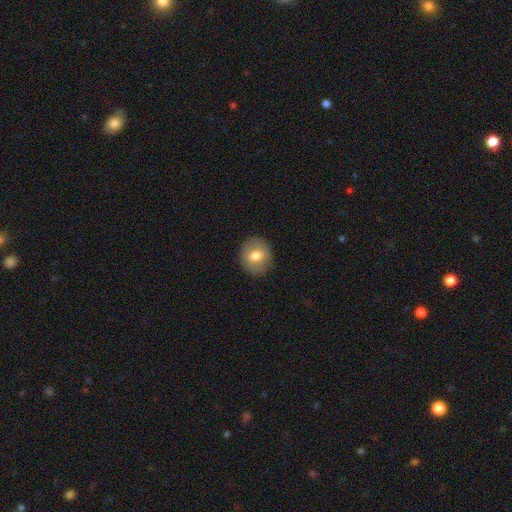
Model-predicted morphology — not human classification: This appears to be a smooth galaxy with no disk features (71%) that is round (74%). Merging: none (85%).